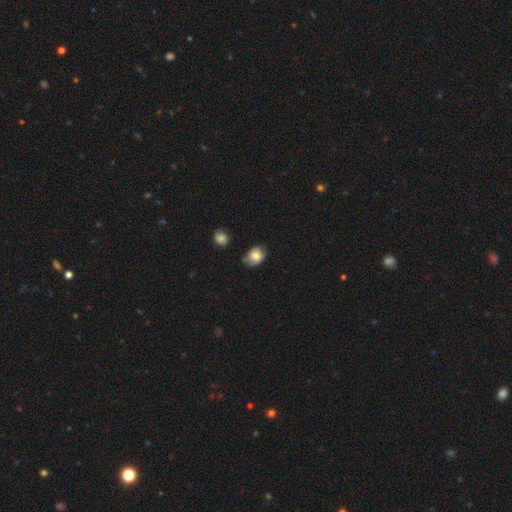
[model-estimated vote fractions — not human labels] This appears to be a smooth galaxy with no disk features (77%) that is in between round and cigar-shaped (65%). Merging: none (55%).